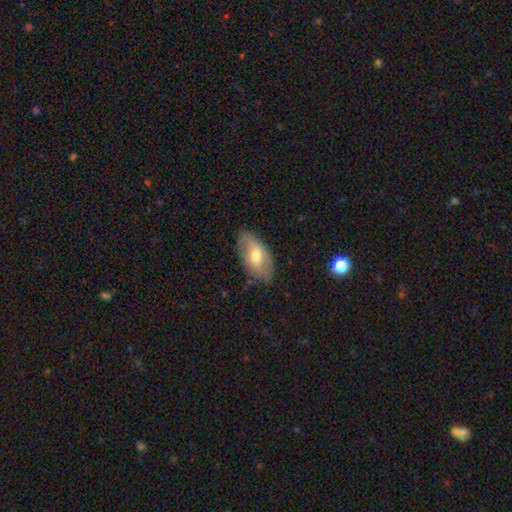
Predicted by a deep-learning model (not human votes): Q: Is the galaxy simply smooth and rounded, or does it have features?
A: smooth — 59%.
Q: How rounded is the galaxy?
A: in between — 93%.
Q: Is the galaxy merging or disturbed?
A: none — 80%.